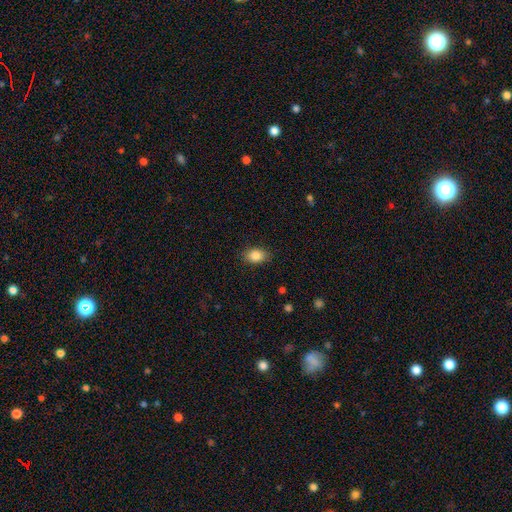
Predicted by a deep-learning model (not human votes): Smooth or featured?
  - smooth: 86% *
  - star or artifact: 8%
  - featured or disk: 6%
How rounded?
  - in between: 81% *
  - round: 17%
  - cigar-shaped: 2%
Merging?
  - none: 86% *
  - minor disturbance: 11%
  - major disturbance: 3%
  - merger: 1%